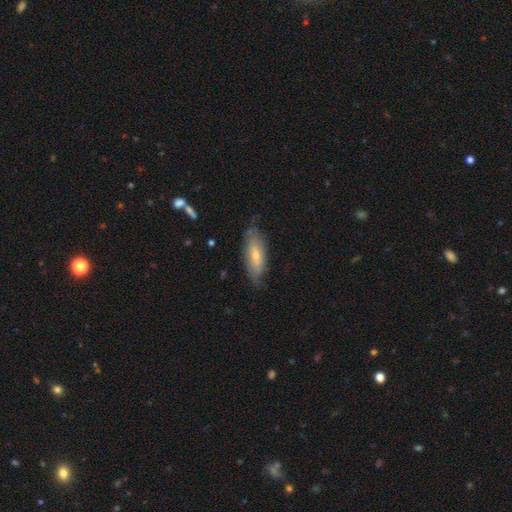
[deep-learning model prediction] smooth-or-featured: smooth: 57% | featured or disk: 37% | star or artifact: 6%
  how-rounded: in between: 71% | cigar-shaped: 26% | round: 2%
  merging: none: 68% | minor disturbance: 24% | major disturbance: 6% | merger: 2%